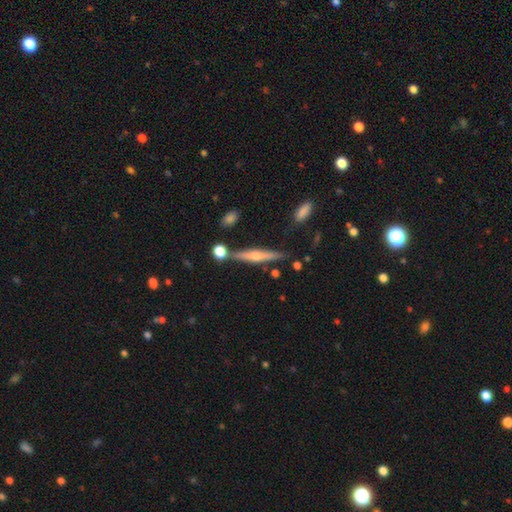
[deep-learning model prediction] smooth-or-featured: featured or disk: 64% | smooth: 28% | star or artifact: 7%
  disk-edge-on: yes: 97% | no: 3%
    edge-on-bulge: rounded: 85% | none: 9% | boxy: 6%
  merging: none: 81% | minor disturbance: 10% | merger: 7% | major disturbance: 2%